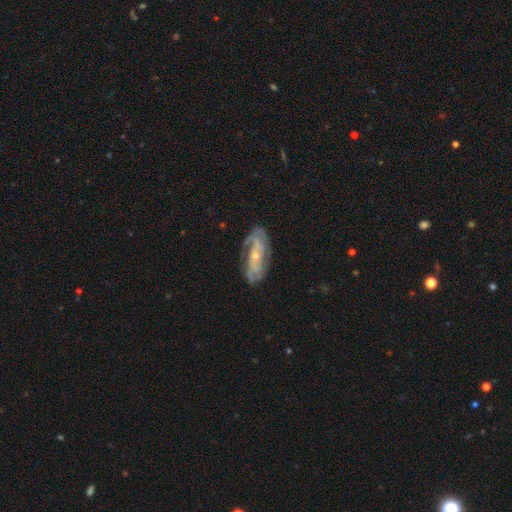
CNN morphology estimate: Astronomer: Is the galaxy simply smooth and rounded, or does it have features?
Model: featured or disk — 84%.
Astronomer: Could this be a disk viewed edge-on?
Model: no — 92%.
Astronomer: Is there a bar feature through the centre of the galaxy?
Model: no — 54% (runner-up: weak, 31%).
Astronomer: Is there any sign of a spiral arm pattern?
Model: yes — 94%.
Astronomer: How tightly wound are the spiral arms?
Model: tight — 46% (runner-up: medium, 40%).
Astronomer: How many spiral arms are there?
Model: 2 — 44% (runner-up: can't tell, 22%).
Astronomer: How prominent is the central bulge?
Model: small — 64%.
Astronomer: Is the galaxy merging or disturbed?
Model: none — 75%.